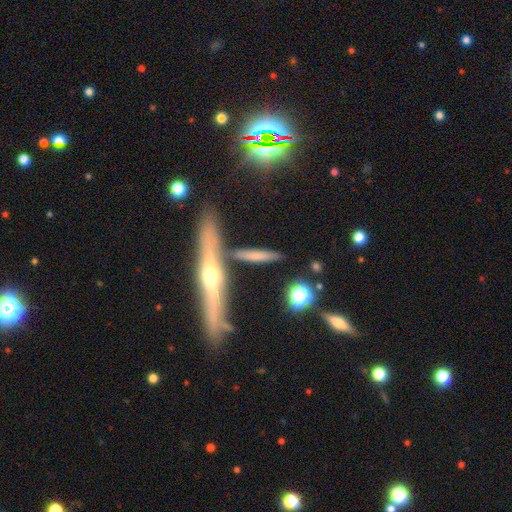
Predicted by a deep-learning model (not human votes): Smooth or featured? smooth (46%)
Merging? none (78%)